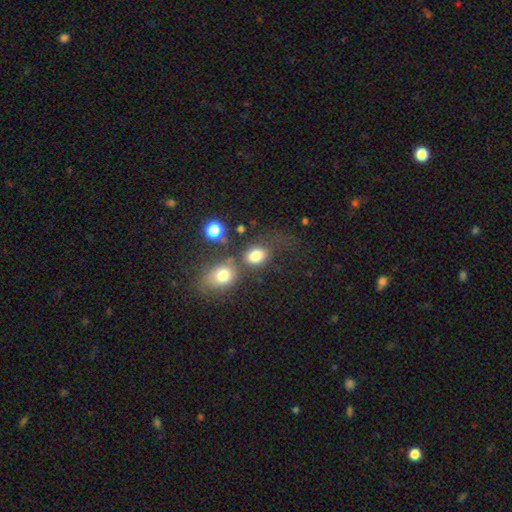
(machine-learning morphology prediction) A smooth galaxy with no disk features (78%) that is in between round and cigar-shaped (55%). Merging: none (48%).